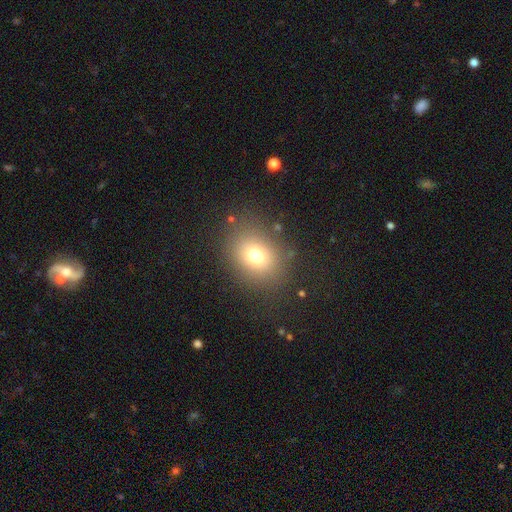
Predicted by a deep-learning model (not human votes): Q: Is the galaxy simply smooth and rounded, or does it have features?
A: smooth — 72%.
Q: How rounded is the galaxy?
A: round — 54%.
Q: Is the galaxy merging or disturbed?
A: none — 81%.